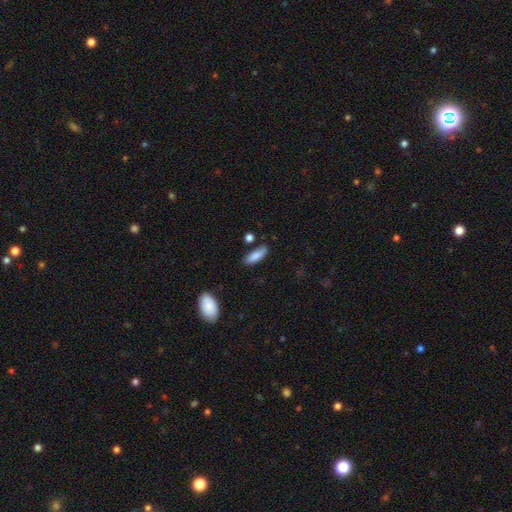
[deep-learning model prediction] Smooth or featured? smooth (86%)
How rounded? in between (66%)
Merging? none (77%)